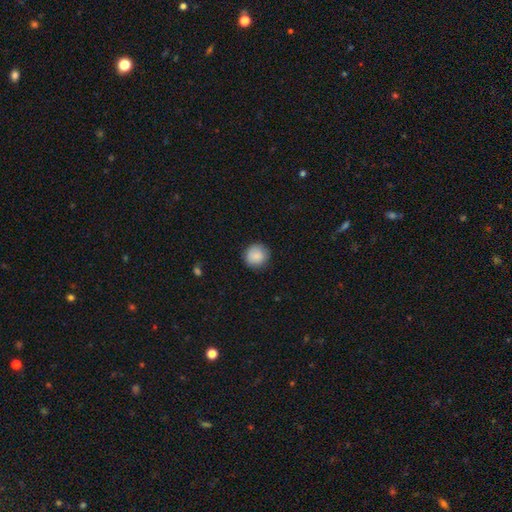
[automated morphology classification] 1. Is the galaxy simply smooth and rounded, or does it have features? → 87% smooth, 8% star or artifact, 5% featured or disk.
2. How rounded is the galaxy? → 91% round, 9% in between, 1% cigar-shaped.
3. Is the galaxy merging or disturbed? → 86% none, 11% minor disturbance, 2% major disturbance, 1% merger.